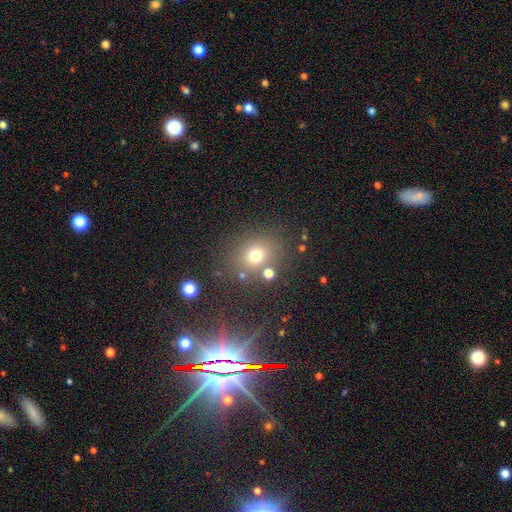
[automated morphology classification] Smooth or featured? smooth (70%)
How rounded? round (70%)
Merging? none (75%)